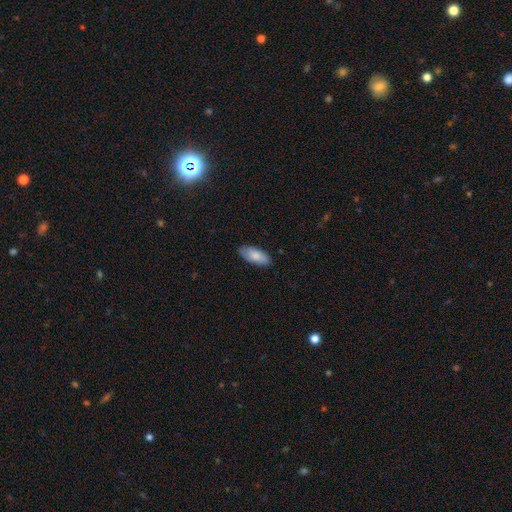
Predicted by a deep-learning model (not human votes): The model was most divided on "smooth or featured": smooth: 82%, featured or disk: 12%, star or artifact: 6%. More confident: how rounded — in between (87%); merging — none (85%).